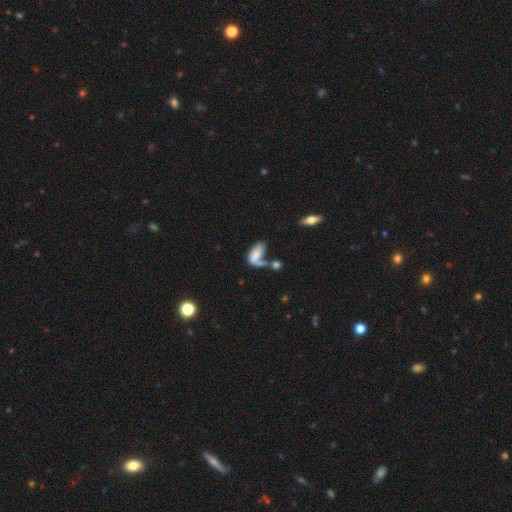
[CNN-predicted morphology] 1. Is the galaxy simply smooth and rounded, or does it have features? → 61% smooth, 30% featured or disk, 9% star or artifact.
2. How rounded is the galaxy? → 89% in between, 6% cigar-shaped, 5% round.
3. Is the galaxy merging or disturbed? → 36% merger, 26% major disturbance, 24% none, 14% minor disturbance.